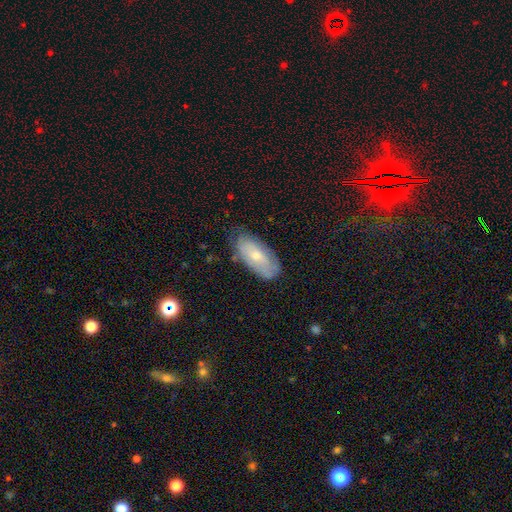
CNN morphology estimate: Smooth or featured?
  - smooth: 57% *
  - featured or disk: 36%
  - star or artifact: 7%
How rounded?
  - in between: 90% *
  - cigar-shaped: 8%
  - round: 2%
Merging?
  - none: 71% *
  - minor disturbance: 23%
  - major disturbance: 5%
  - merger: 2%